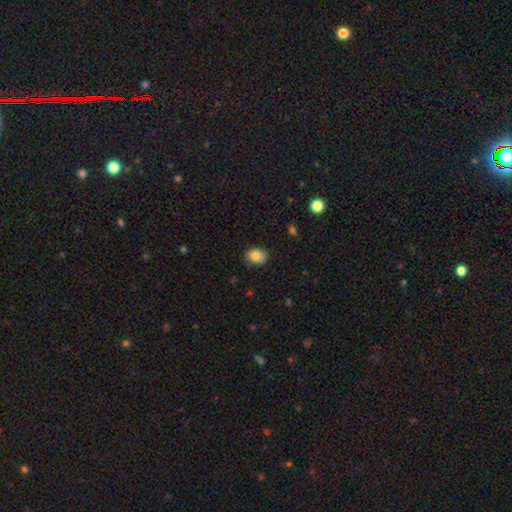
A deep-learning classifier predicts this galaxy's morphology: Smooth or featured? Predicted: smooth (p=0.84). How rounded? Predicted: in between (p=0.63). Merging? Predicted: none (p=0.83).